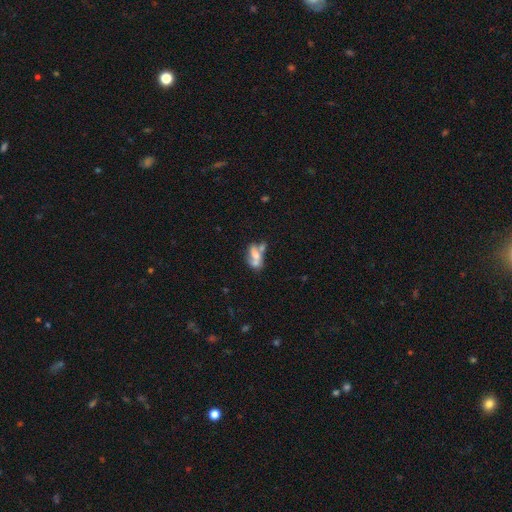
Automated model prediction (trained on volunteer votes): This appears to be a featured or disk galaxy (45%, tied with smooth). Merging: merger (47%).